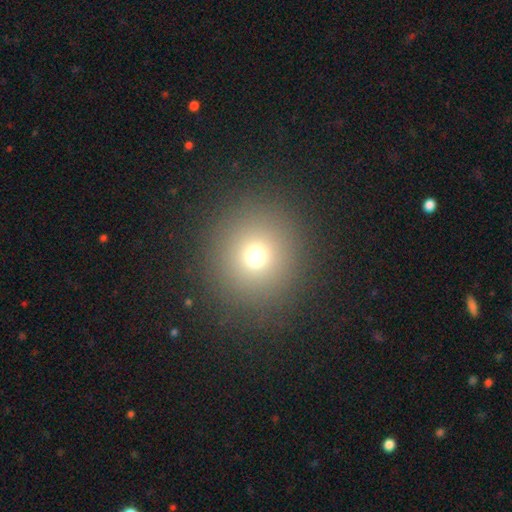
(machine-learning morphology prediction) smooth 70%, star or artifact 21%, featured or disk 9%. Down the decision tree: how rounded — round (93%); merging — none (89%).